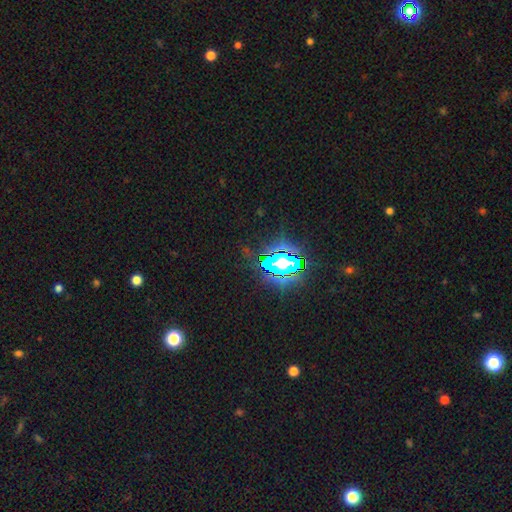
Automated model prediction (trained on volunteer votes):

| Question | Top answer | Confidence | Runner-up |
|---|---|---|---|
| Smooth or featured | star or artifact | 82% | smooth (10%) |